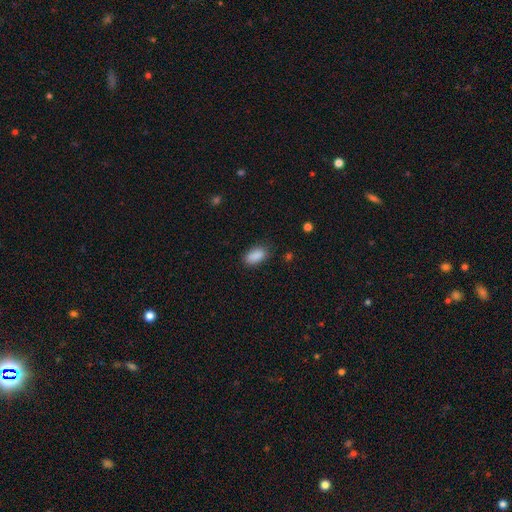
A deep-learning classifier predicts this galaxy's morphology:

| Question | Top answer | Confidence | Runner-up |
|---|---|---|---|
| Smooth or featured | smooth | 89% | star or artifact (8%) |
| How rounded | in between | 91% | cigar-shaped (5%) |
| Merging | none | 82% | minor disturbance (14%) |